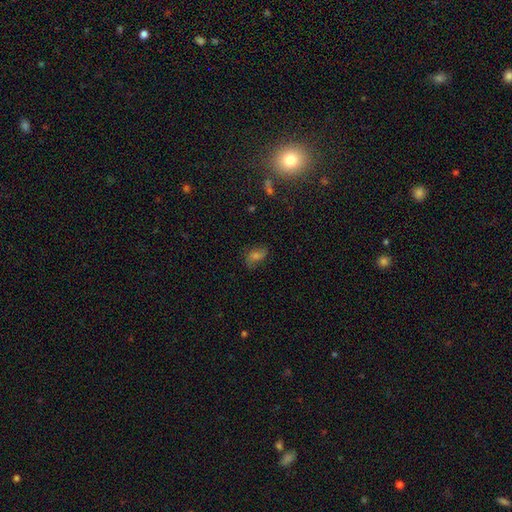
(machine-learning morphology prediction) smooth_or_featured: smooth (p=0.43) [alt: featured or disk p=0.32]
merging: none (p=0.70) [alt: minor disturbance p=0.19]